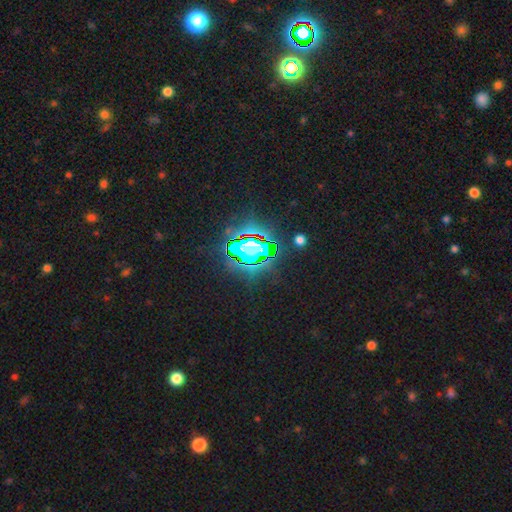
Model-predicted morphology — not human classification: A star or artifact, not a galaxy (84%).